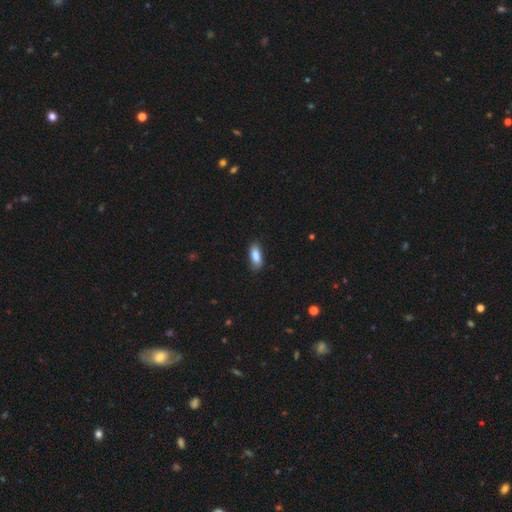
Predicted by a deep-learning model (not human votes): smooth 85%, featured or disk 8%, star or artifact 7%. Down the decision tree: how rounded — in between (80%); merging — none (73%).